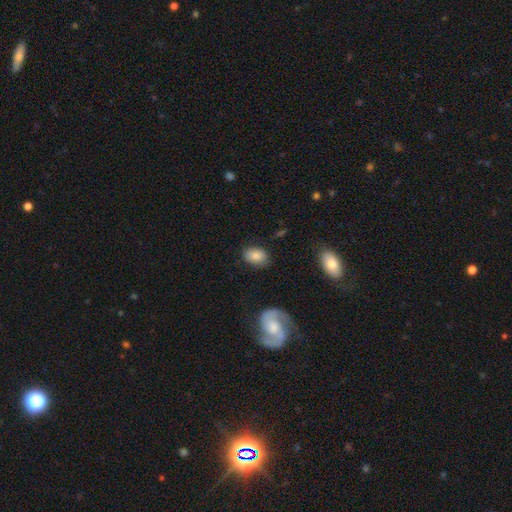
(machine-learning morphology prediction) A smooth galaxy with no disk features (83%) that is in between round and cigar-shaped (82%). Merging: none (81%).